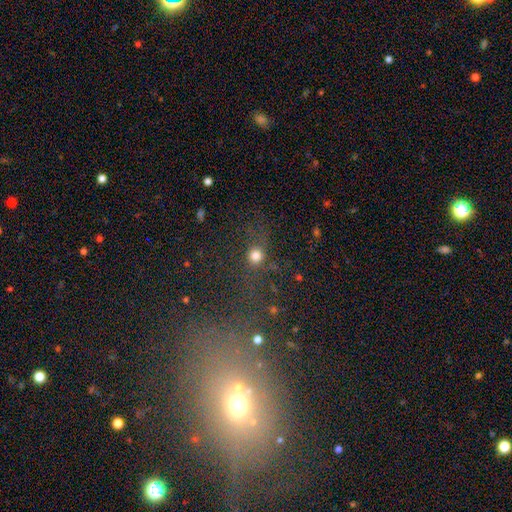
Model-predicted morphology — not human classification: A smooth galaxy with no disk features (68%) that is round (84%).

Vote fractions:
- Smooth or featured? smooth: 68% / star or artifact: 20% / featured or disk: 11%
- How rounded? round: 84% / in between: 14% / cigar-shaped: 3%
- Merging? none: 65% / minor disturbance: 15% / major disturbance: 13% / merger: 7%